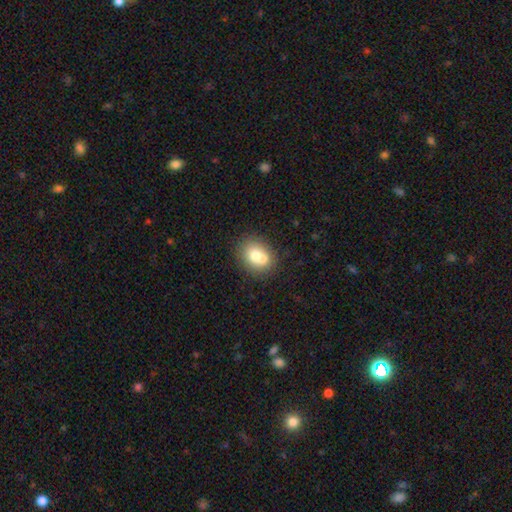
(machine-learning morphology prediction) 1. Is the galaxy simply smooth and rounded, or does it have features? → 70% smooth, 20% featured or disk, 10% star or artifact.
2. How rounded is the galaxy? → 50% round, 49% in between, 1% cigar-shaped.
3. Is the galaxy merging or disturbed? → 48% none, 37% merger, 12% minor disturbance, 4% major disturbance.